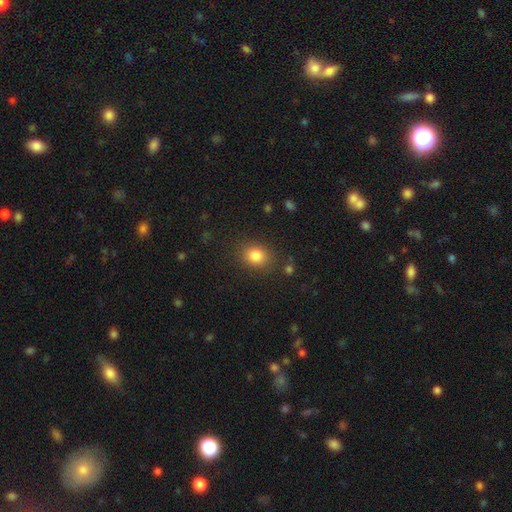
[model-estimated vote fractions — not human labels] Smooth or featured: smooth — 83% (star or artifact — 11%)
How rounded: round — 57% (in between — 42%)
Merging: none — 84% (minor disturbance — 10%)